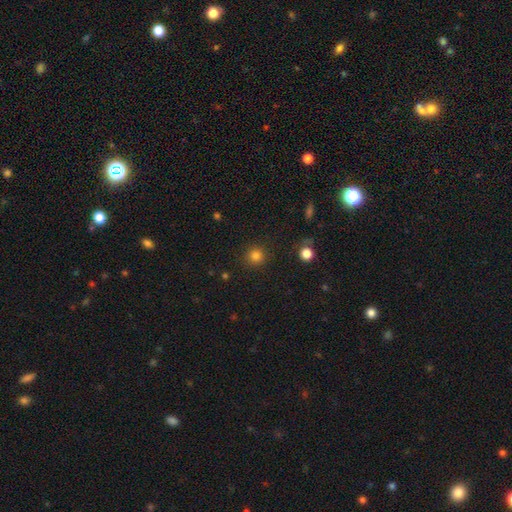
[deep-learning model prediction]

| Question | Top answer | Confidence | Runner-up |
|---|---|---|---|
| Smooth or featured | smooth | 82% | star or artifact (13%) |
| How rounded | round | 94% | in between (6%) |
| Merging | none | 90% | minor disturbance (6%) |